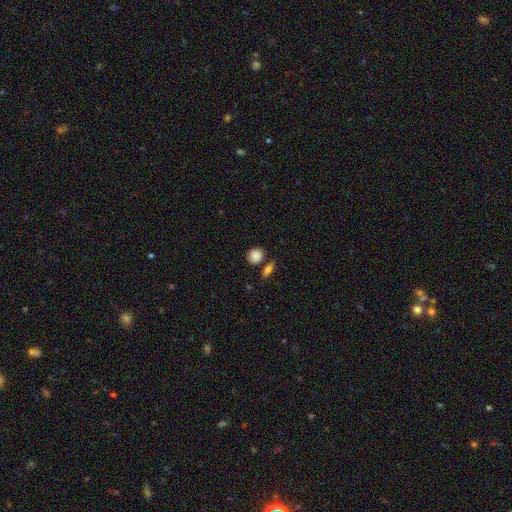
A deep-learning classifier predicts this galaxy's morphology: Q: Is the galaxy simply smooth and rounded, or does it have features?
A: smooth — 87%.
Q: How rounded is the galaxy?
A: round — 74%.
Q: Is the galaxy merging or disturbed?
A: none — 70%.